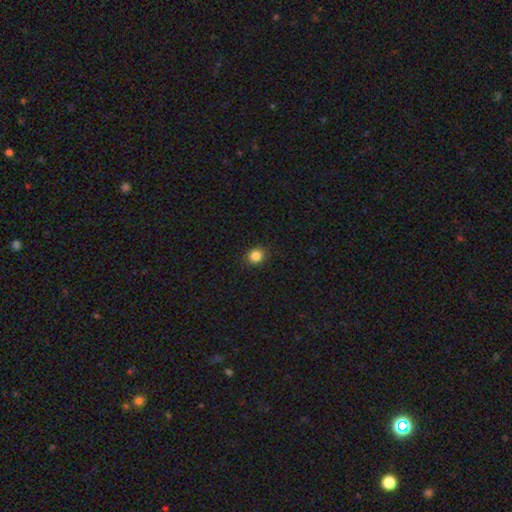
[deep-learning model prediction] Smooth or featured?
  - smooth: 85% *
  - star or artifact: 11%
  - featured or disk: 4%
How rounded?
  - round: 86% *
  - in between: 13%
  - cigar-shaped: 1%
Merging?
  - none: 91% *
  - minor disturbance: 6%
  - major disturbance: 2%
  - merger: 1%